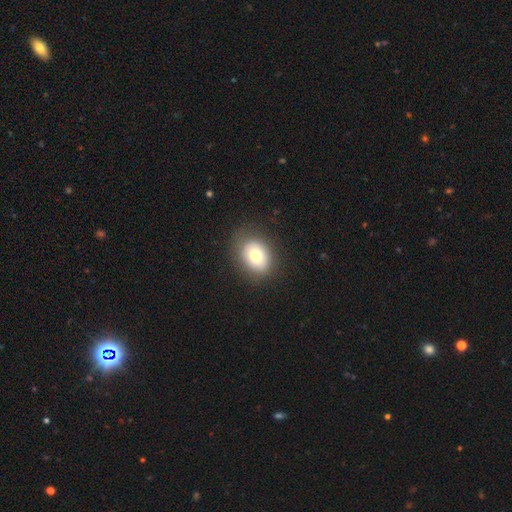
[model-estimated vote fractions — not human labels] A smooth galaxy with no disk features (75%) that is in between round and cigar-shaped (60%). Merging: none (80%).